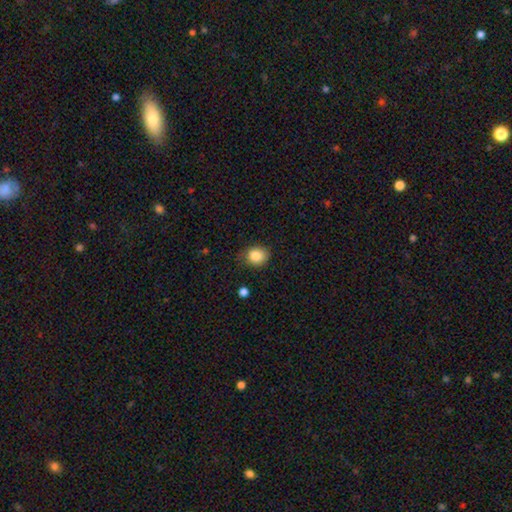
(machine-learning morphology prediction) Smooth or featured? smooth (85%)
How rounded? round (66%)
Merging? none (76%)